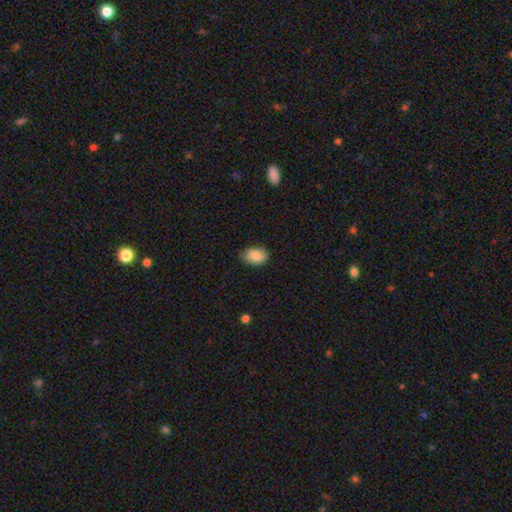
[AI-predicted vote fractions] Smooth or featured?
  - smooth: 88% *
  - star or artifact: 7%
  - featured or disk: 5%
How rounded?
  - in between: 85% *
  - round: 14%
  - cigar-shaped: 1%
Merging?
  - none: 71% *
  - minor disturbance: 24%
  - major disturbance: 3%
  - merger: 1%